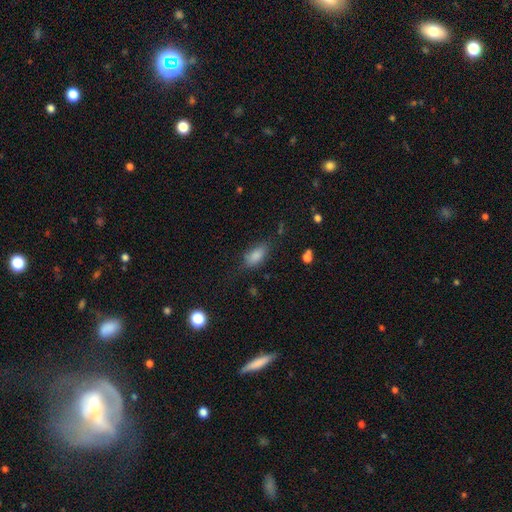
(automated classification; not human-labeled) The model was most divided on "merging": none: 68%, minor disturbance: 22%, major disturbance: 7%, merger: 3%. More confident: how rounded — in between (89%); smooth or featured — smooth (85%).